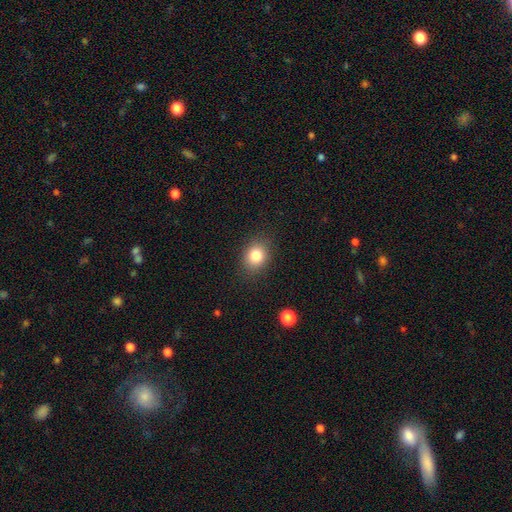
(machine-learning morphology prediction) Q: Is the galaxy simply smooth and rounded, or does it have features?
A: smooth — 82%.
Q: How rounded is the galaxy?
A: round — 55%.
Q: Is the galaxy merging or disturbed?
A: none — 86%.